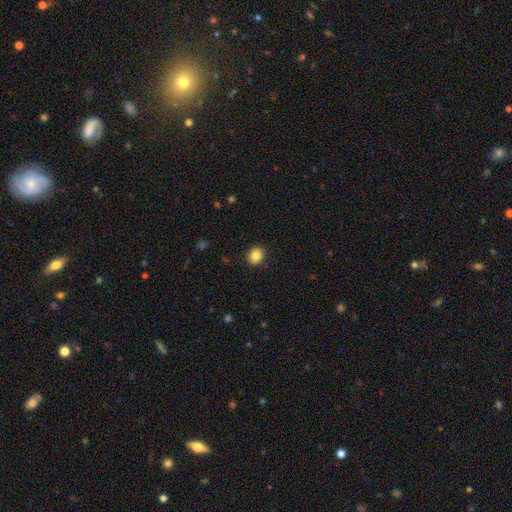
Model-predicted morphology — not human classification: Q: Smooth or featured?
A: smooth (84%); runner-up: star or artifact (9%)
Q: How rounded?
A: round (60%); runner-up: in between (40%)
Q: Merging?
A: none (89%); runner-up: minor disturbance (8%)